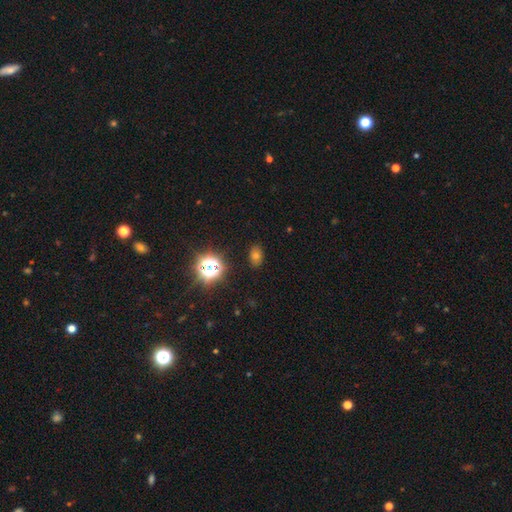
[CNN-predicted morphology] type=smooth (58%); roundness=in between (70%); merging=none (86%).